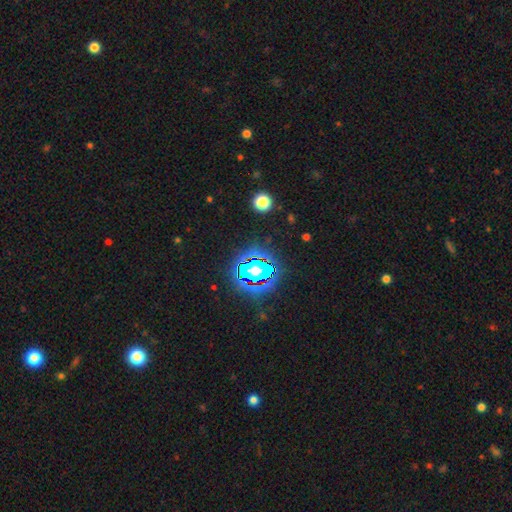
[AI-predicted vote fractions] smooth_or_featured: star or artifact (p=0.82) [alt: smooth p=0.11]